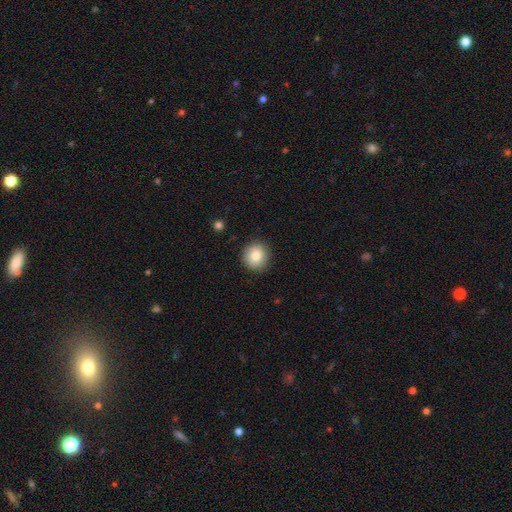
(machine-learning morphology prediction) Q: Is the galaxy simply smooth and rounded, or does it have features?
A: smooth — 84%.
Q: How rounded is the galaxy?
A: round — 91%.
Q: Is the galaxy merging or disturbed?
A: none — 90%.